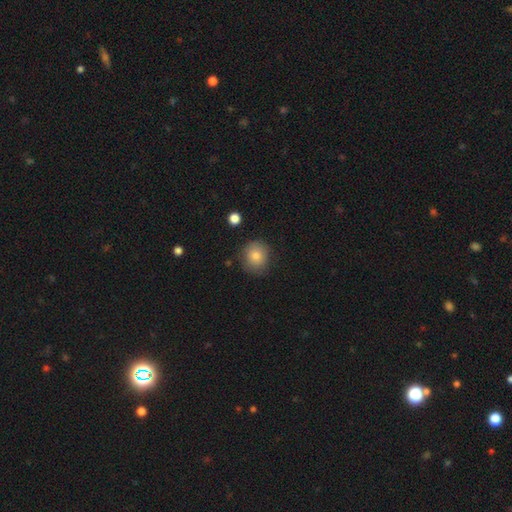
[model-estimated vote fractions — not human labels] Smooth or featured? Predicted: smooth (p=0.79). How rounded? Predicted: round (p=0.84). Merging? Predicted: none (p=0.81).